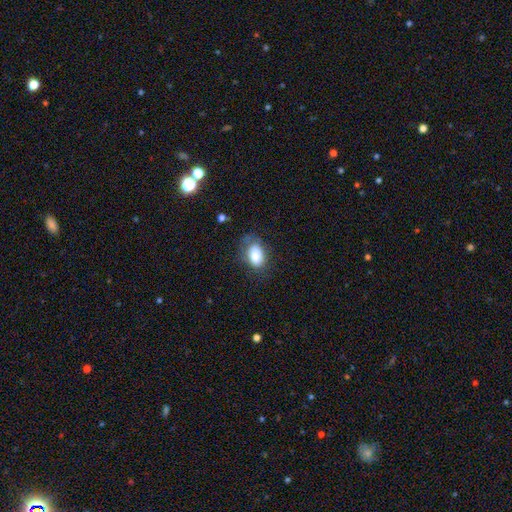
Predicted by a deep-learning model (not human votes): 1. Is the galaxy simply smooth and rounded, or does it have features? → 83% smooth, 9% featured or disk, 8% star or artifact.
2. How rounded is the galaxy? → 89% in between, 10% round, 1% cigar-shaped.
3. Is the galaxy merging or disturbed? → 61% none, 25% minor disturbance, 12% major disturbance, 2% merger.